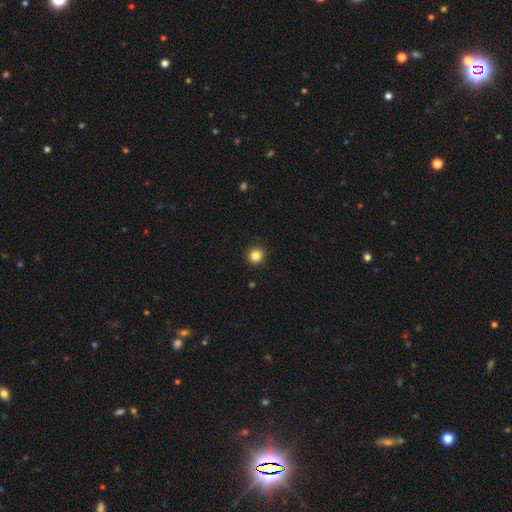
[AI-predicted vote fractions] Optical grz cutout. It shows a smooth galaxy with no disk features (85%) that is round (93%). Merging: none (92%).